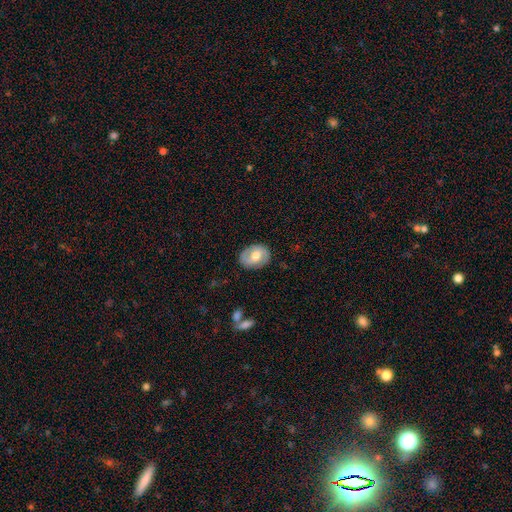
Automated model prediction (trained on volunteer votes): Smooth or featured: featured or disk — 51% (smooth — 42%)
Edge-on disk: no — 96% (yes — 4%)
Merging: none — 83% (minor disturbance — 12%)